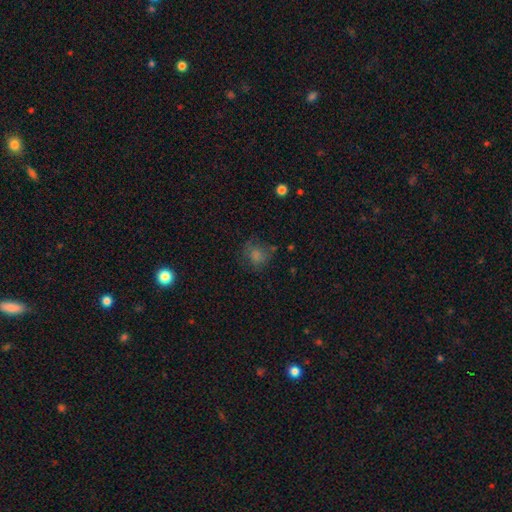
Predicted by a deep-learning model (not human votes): Smooth or featured? Predicted: smooth (p=0.62). How rounded? Predicted: round (p=0.77). Merging? Predicted: none (p=0.67).